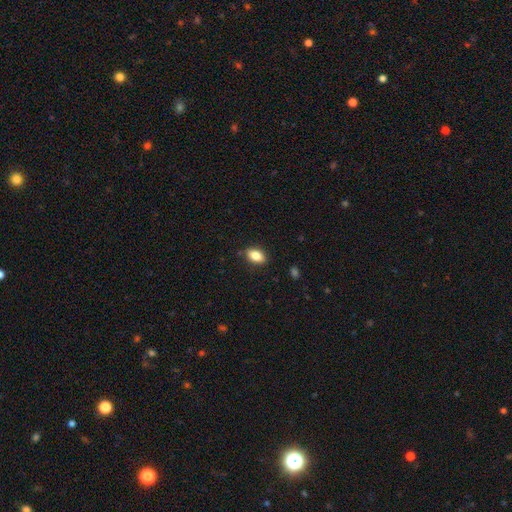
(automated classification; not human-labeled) Morphology: type=smooth (83%); roundness=in between (88%); merging=none (86%).